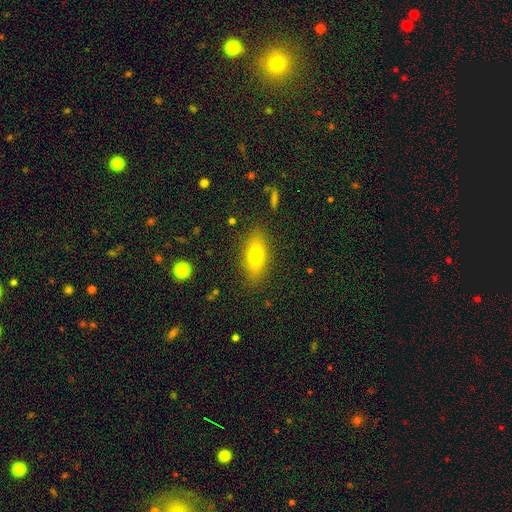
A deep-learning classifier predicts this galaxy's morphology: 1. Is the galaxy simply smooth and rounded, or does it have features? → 69% smooth, 22% featured or disk, 9% star or artifact.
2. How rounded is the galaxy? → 69% in between, 25% cigar-shaped, 5% round.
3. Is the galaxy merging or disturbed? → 86% none, 10% minor disturbance, 3% major disturbance, 1% merger.